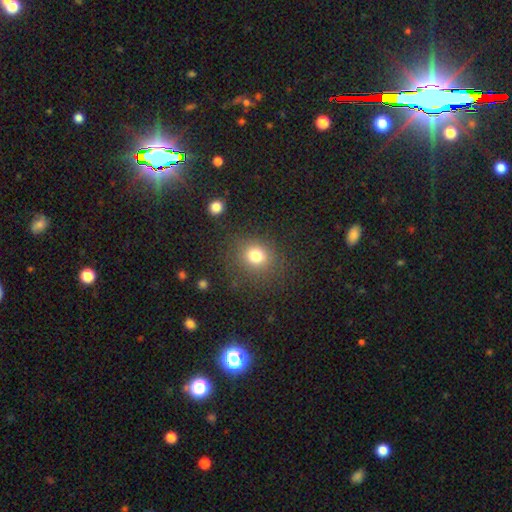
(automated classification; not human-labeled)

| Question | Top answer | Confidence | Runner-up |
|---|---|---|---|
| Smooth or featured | smooth | 77% | star or artifact (15%) |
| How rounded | round | 76% | in between (23%) |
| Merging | none | 81% | minor disturbance (11%) |